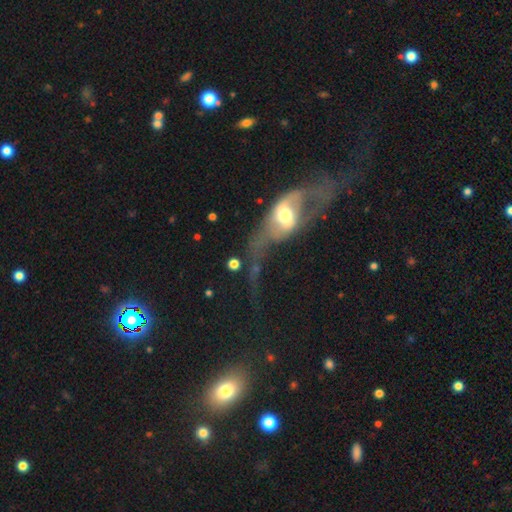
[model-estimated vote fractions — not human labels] Smooth or featured? featured or disk (67%)
Edge-on disk? no (70%)
Merging? major disturbance (46%)